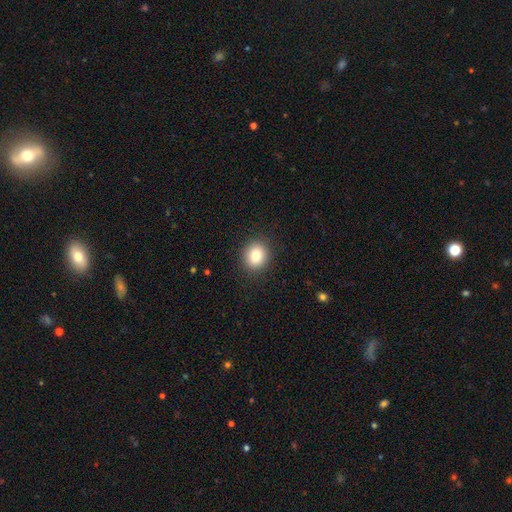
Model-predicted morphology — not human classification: Smooth or featured? smooth (84%)
How rounded? round (76%)
Merging? none (90%)